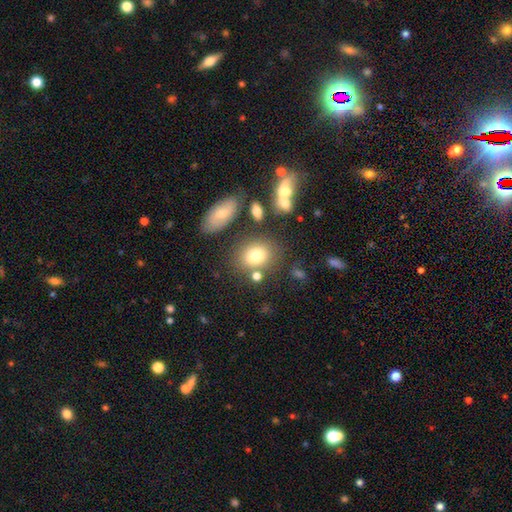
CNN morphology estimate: Smooth or featured? smooth (76%)
How rounded? round (49%, tied with in between)
Merging? none (70%)